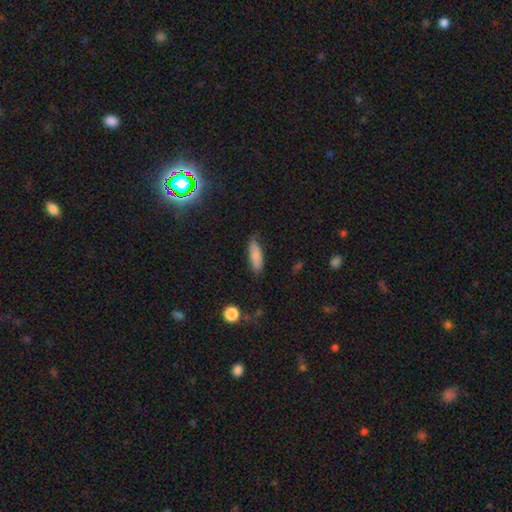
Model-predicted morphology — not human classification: smooth 79%, featured or disk 13%, star or artifact 7%. Down the decision tree: how rounded — in between (60%); merging — none (67%).